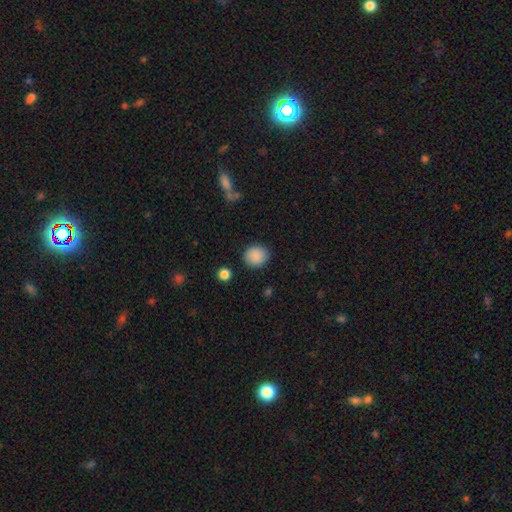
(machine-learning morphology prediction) This appears to be a smooth galaxy with no disk features (88%) that is round (83%). Merging: none (88%).